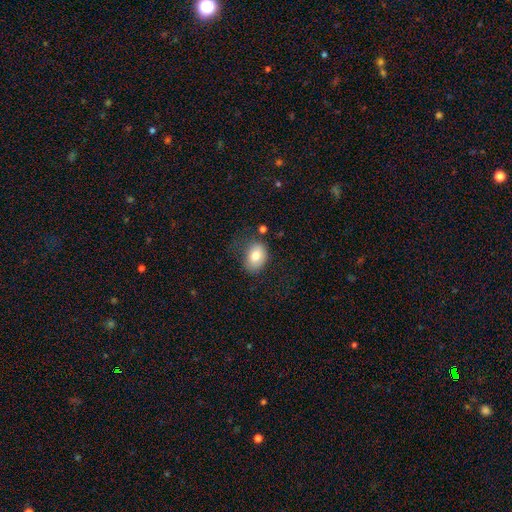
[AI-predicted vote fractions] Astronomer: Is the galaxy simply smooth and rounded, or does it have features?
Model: smooth — 79%.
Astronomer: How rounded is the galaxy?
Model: in between — 75%.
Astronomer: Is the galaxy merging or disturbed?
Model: none — 61%.